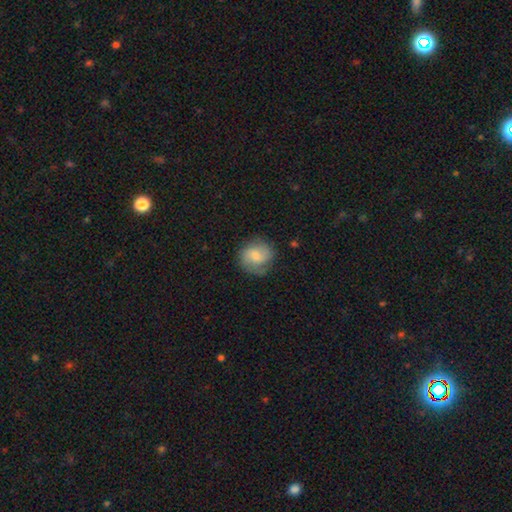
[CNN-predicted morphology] This is possibly a smooth galaxy (53%). How rounded: clearly round (81%). Merging: likely none (70%).